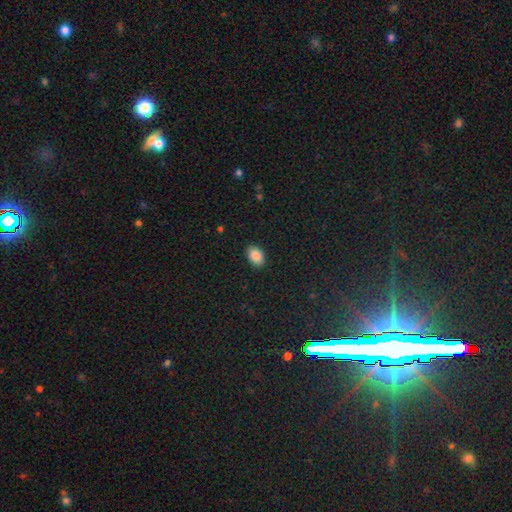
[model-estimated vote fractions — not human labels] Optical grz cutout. It shows a smooth galaxy with no disk features (88%) that is in between round and cigar-shaped (86%). Merging: none (88%).